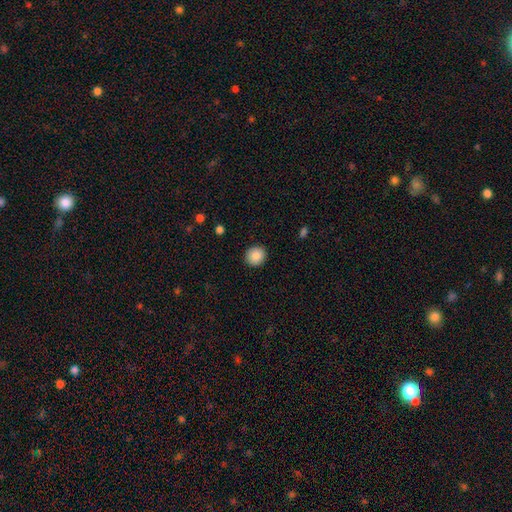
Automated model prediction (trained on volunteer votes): Smooth or featured? smooth (87%)
How rounded? round (87%)
Merging? none (92%)